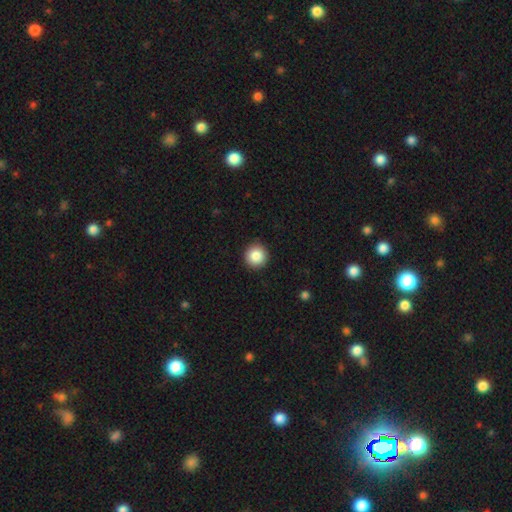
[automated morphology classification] smooth-or-featured: smooth: 86% | star or artifact: 9% | featured or disk: 5%
  how-rounded: round: 95% | in between: 4% | cigar-shaped: 1%
  merging: none: 93% | minor disturbance: 5% | major disturbance: 2% | merger: 1%